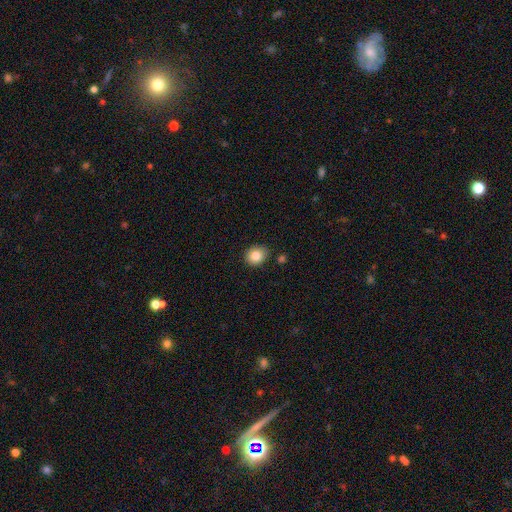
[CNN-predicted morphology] type=smooth (83%); roundness=round (67%); merging=none (86%).